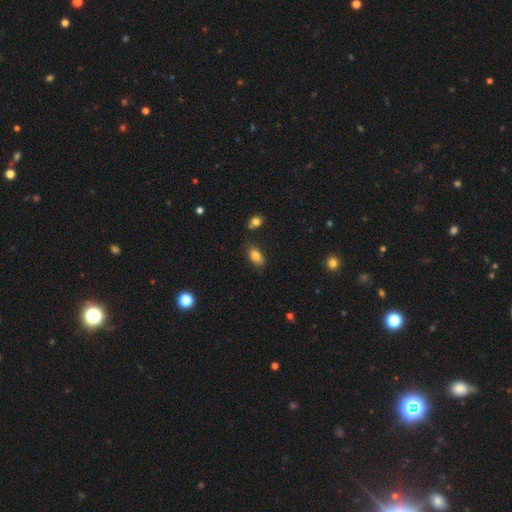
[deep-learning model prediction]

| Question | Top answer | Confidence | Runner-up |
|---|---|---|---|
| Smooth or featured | smooth | 82% | star or artifact (9%) |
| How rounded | in between | 89% | round (8%) |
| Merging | none | 81% | minor disturbance (13%) |